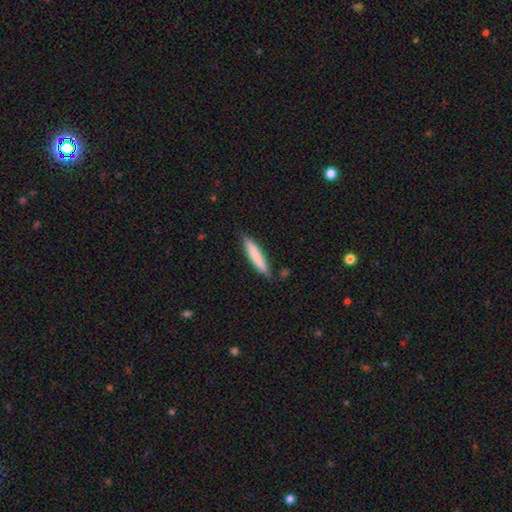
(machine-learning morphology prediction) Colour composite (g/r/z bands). It shows a smooth galaxy with no disk features (78%) that is cigar-shaped (90%). Merging: none (82%).